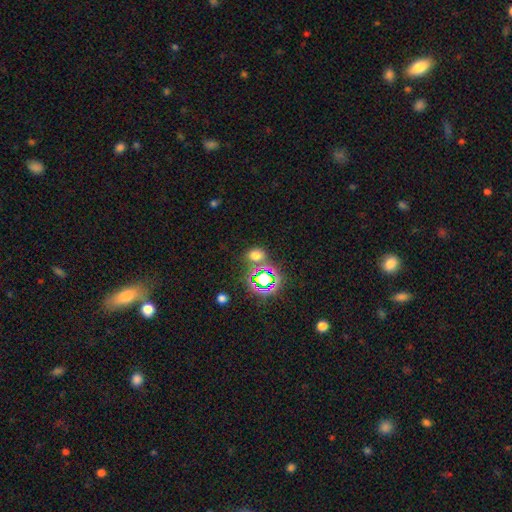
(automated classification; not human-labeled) Smooth or featured?
  - smooth: 57% *
  - star or artifact: 36%
  - featured or disk: 7%
How rounded?
  - round: 56% *
  - in between: 43%
  - cigar-shaped: 1%
Merging?
  - none: 73% *
  - merger: 12%
  - minor disturbance: 11%
  - major disturbance: 5%